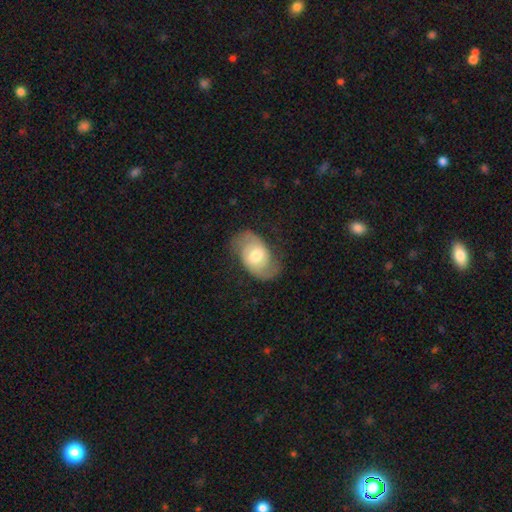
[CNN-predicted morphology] Q: Smooth or featured?
A: featured or disk (72%); runner-up: smooth (22%)
Q: Edge-on disk?
A: no (96%); runner-up: yes (4%)
Q: Bar?
A: no (55%); runner-up: weak (38%)
Q: Spiral arms?
A: yes (91%); runner-up: no (9%)
Q: Spiral winding?
A: medium (46%); runner-up: loose (28%)
Q: Spiral arm count?
A: 2 (88%); runner-up: can't tell (7%)
Q: Bulge size?
A: moderate (68%); runner-up: large (15%)
Q: Merging?
A: none (68%); runner-up: minor disturbance (19%)